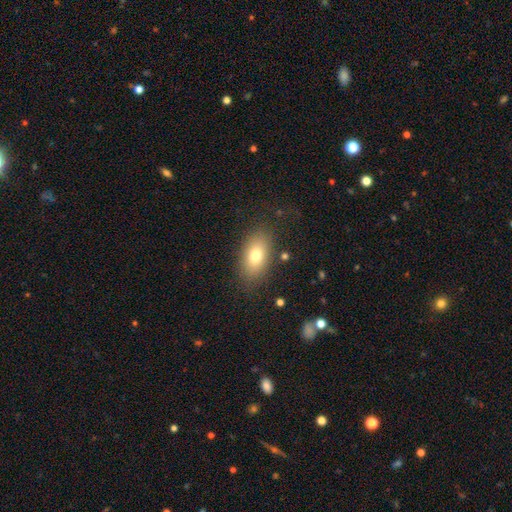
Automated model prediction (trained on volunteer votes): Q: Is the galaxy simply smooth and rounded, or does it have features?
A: smooth — 76%.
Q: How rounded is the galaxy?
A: in between — 88%.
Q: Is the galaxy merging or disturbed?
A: none — 83%.